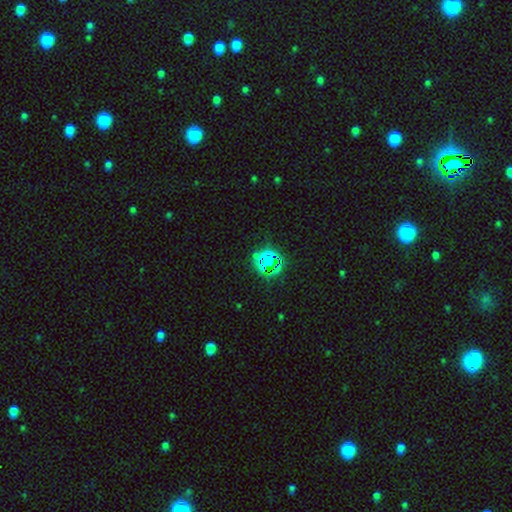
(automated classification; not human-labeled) The model was most divided on "smooth or featured": star or artifact: 71%, smooth: 20%, featured or disk: 9%.